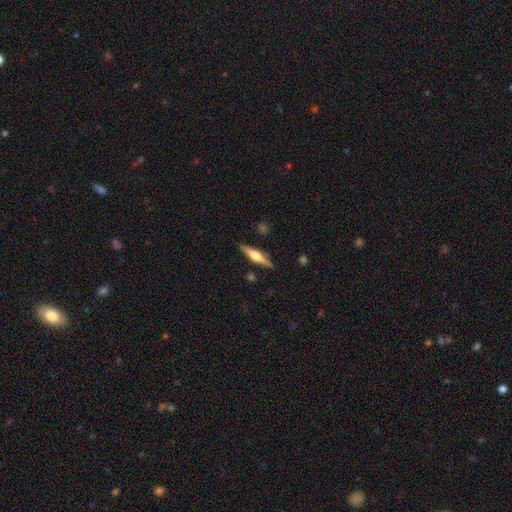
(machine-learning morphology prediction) Overall: featured or disk (65%; smooth 29%). Edge-on disk: yes (97%). Edge-on bulge: rounded (93%). Merging: none (89%).